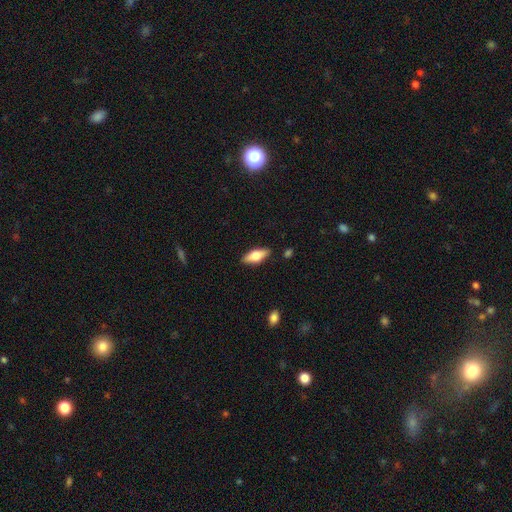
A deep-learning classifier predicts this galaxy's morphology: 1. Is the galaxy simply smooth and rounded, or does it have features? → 60% smooth, 34% featured or disk, 6% star or artifact.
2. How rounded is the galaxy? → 70% in between, 27% cigar-shaped, 3% round.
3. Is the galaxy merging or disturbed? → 87% none, 10% minor disturbance, 2% major disturbance, 2% merger.